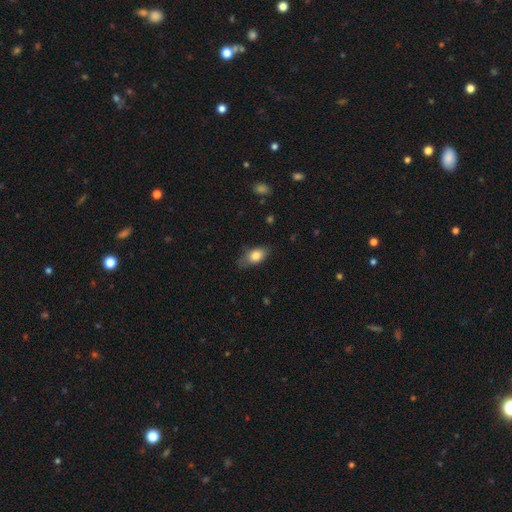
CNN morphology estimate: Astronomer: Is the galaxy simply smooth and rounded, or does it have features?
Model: smooth — 81%.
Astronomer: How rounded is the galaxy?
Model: in between — 87%.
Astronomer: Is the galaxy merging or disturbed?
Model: none — 72%.